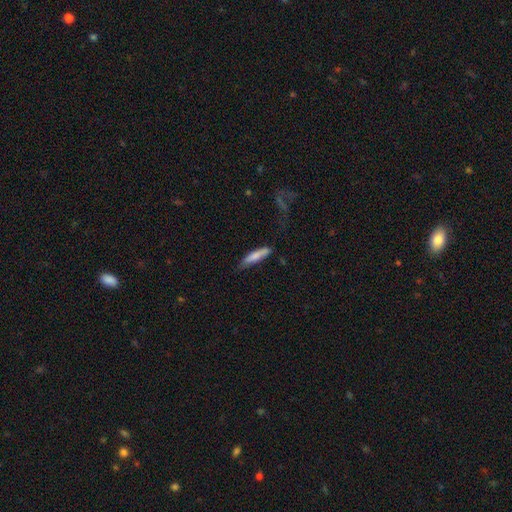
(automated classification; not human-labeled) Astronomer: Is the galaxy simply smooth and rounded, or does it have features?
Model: smooth — 77%.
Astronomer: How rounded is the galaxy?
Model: cigar-shaped — 82%.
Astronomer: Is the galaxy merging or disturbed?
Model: none — 66%.